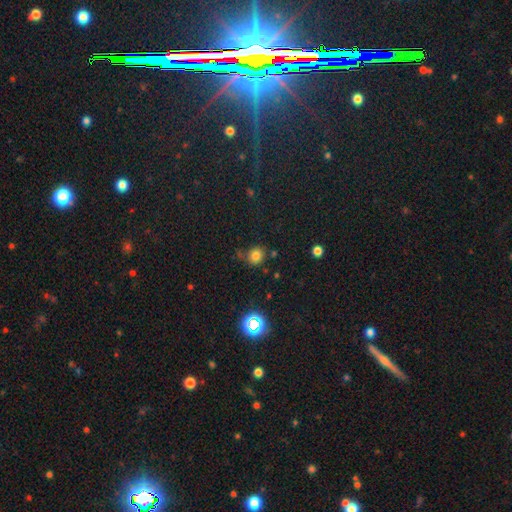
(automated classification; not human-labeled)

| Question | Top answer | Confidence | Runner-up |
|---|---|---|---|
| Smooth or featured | smooth | 75% | star or artifact (18%) |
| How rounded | round | 84% | in between (15%) |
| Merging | none | 69% | minor disturbance (17%) |